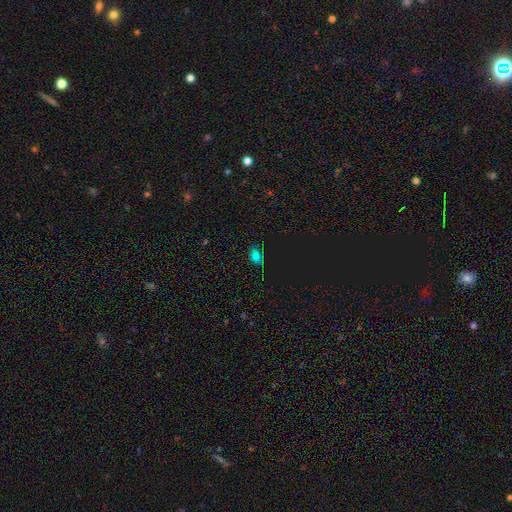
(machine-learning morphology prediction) smooth 59%, star or artifact 34%, featured or disk 8%. Down the decision tree: how rounded — in between (62%); merging — none (71%).